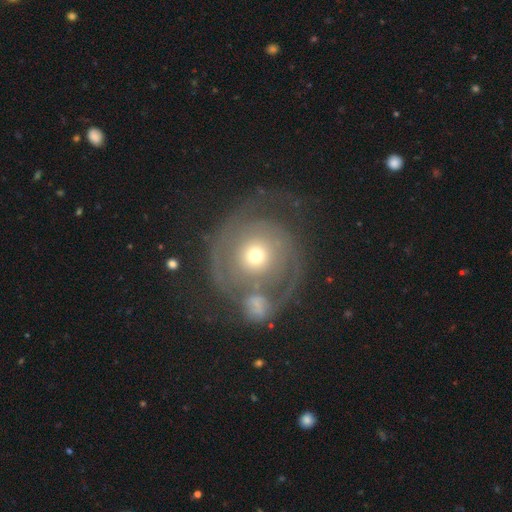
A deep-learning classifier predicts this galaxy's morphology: Overall: featured or disk (65%; smooth 27%). Edge-on disk: no (97%). Bar: no (87%). Spiral arms: yes (67%; no 33%). Bulge size: small (49%; moderate 40%). Merging: none (36%; merger 26%).